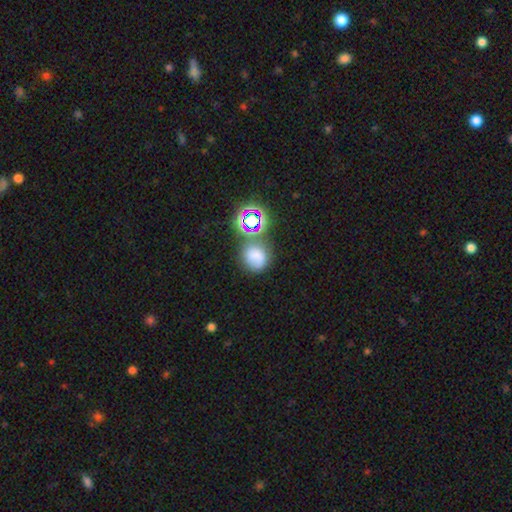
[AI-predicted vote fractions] This is possibly a smooth galaxy (58%). How rounded: likely round (79%). Merging: possibly none (52%).